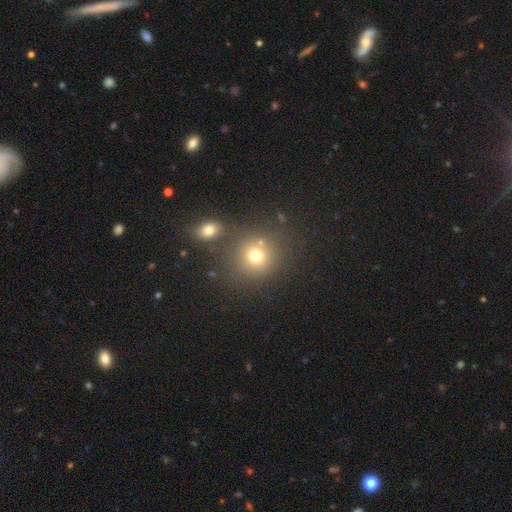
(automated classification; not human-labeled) Overall: smooth (73%). How rounded: round (86%). Merging: none (68%).